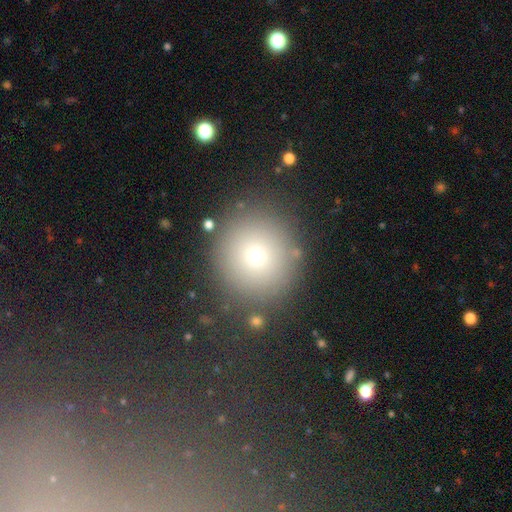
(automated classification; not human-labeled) Overall: smooth (72%). How rounded: round (91%). Merging: none (84%).